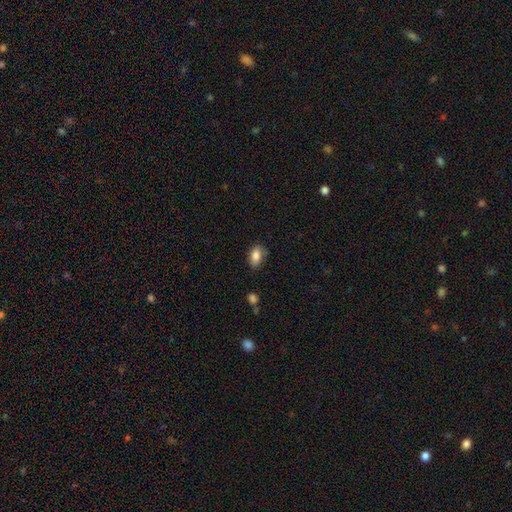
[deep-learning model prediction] Smooth or featured: smooth — 84% (featured or disk — 8%)
How rounded: in between — 88% (round — 9%)
Merging: none — 74% (minor disturbance — 21%)